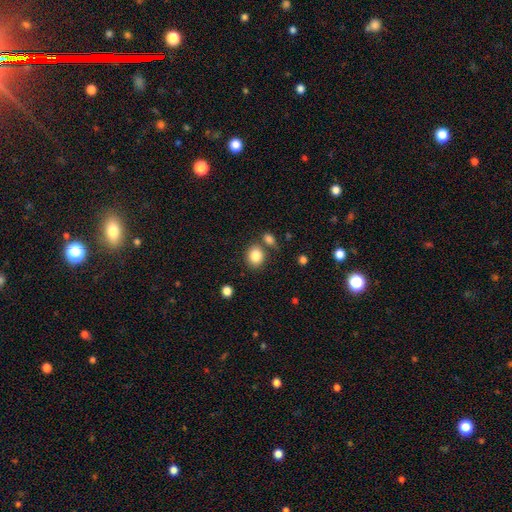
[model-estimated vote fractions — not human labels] Smooth or featured? smooth (85%)
How rounded? round (60%)
Merging? none (71%)